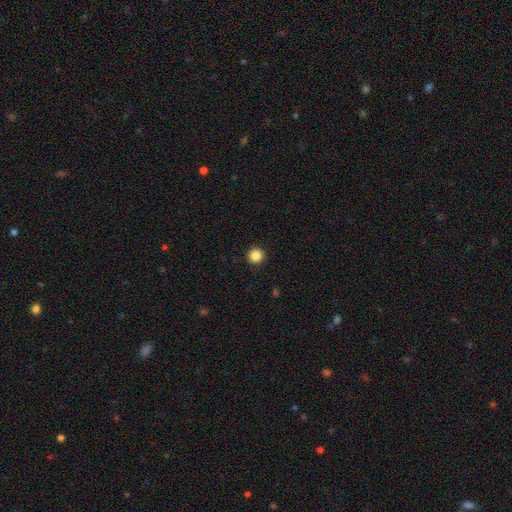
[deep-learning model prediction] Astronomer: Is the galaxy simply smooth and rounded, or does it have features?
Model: smooth — 86%.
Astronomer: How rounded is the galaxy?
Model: round — 96%.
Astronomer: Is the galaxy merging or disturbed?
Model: none — 93%.